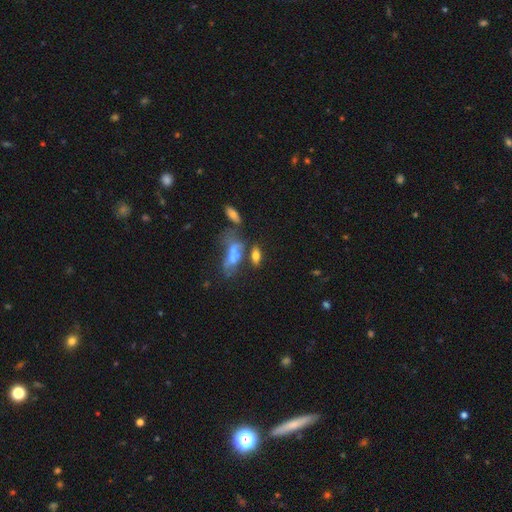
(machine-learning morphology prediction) type=smooth (62%); roundness=in between (75%); merging=none (47%).